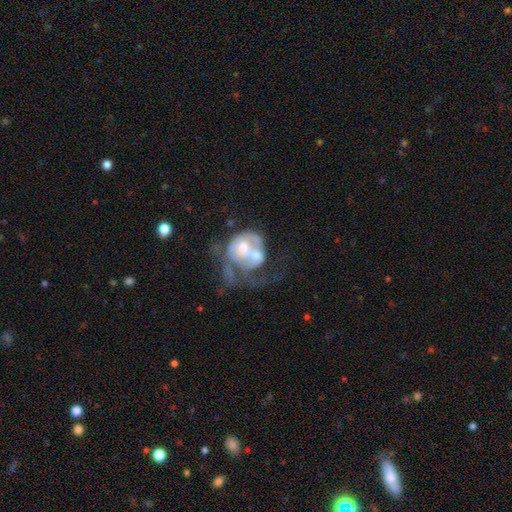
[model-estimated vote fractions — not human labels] Smooth or featured?
  - featured or disk: 57% *
  - smooth: 35%
  - star or artifact: 7%
Edge-on disk?
  - no: 97% *
  - yes: 3%
Bar?
  - no: 82% *
  - weak: 15%
  - strong: 3%
Spiral arms?
  - no: 64% *
  - yes: 36%
Bulge size?
  - moderate: 60% *
  - small: 22%
  - large: 11%
  - none: 5%
  - dominant: 2%
Merging?
  - merger: 57% *
  - major disturbance: 24%
  - none: 11%
  - minor disturbance: 7%